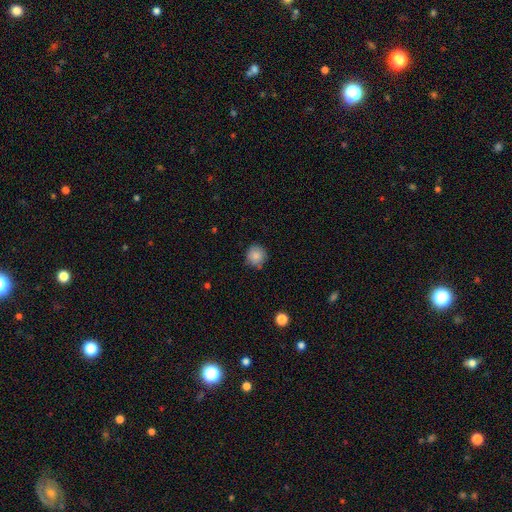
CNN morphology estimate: Q: Smooth or featured?
A: smooth (85%); runner-up: star or artifact (9%)
Q: How rounded?
A: round (93%); runner-up: in between (6%)
Q: Merging?
A: none (82%); runner-up: minor disturbance (14%)